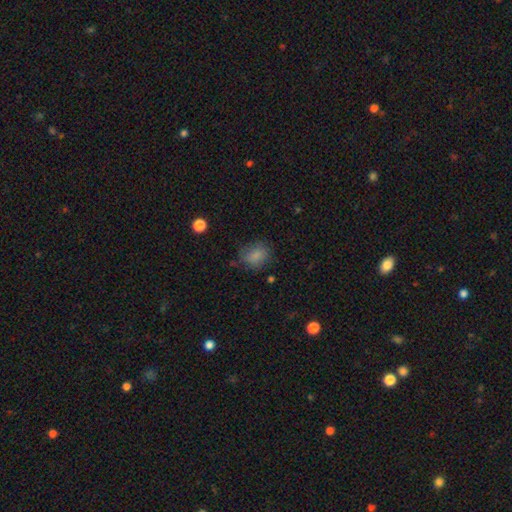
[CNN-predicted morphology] smooth_or_featured: smooth (p=0.82) [alt: star or artifact p=0.11]
how_rounded: round (p=0.50) [alt: in between p=0.49]
merging: none (p=0.69) [alt: minor disturbance p=0.21]